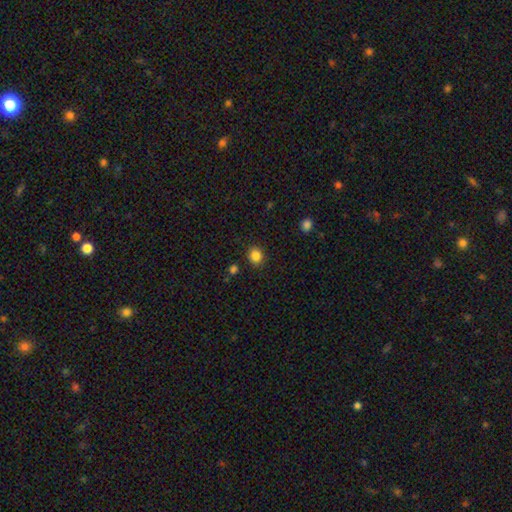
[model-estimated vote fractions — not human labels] smooth_or_featured: smooth (p=0.85) [alt: star or artifact p=0.11]
how_rounded: round (p=0.73) [alt: in between p=0.26]
merging: none (p=0.88) [alt: minor disturbance p=0.08]